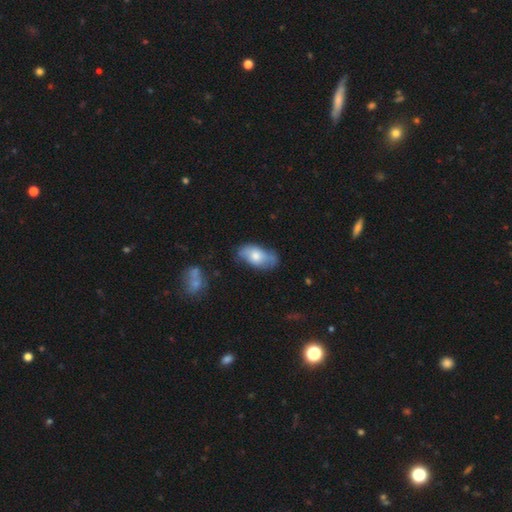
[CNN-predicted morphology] The model was most divided on "merging": none: 59%, minor disturbance: 30%, major disturbance: 8%, merger: 3%. More confident: how rounded — in between (92%); smooth or featured — smooth (67%).